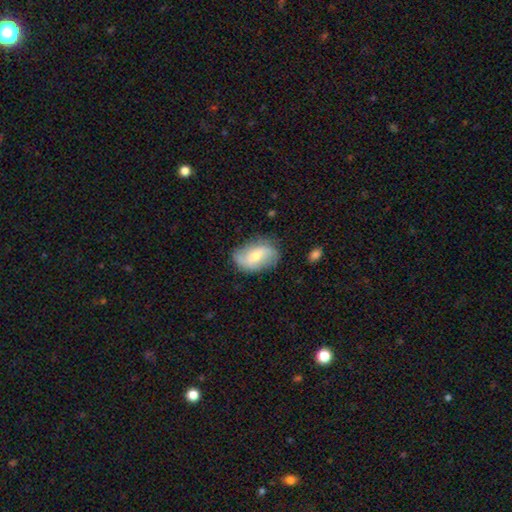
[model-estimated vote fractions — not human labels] Smooth or featured: featured or disk — 53% (smooth — 40%)
Edge-on disk: no — 95% (yes — 5%)
Merging: none — 74% (minor disturbance — 19%)